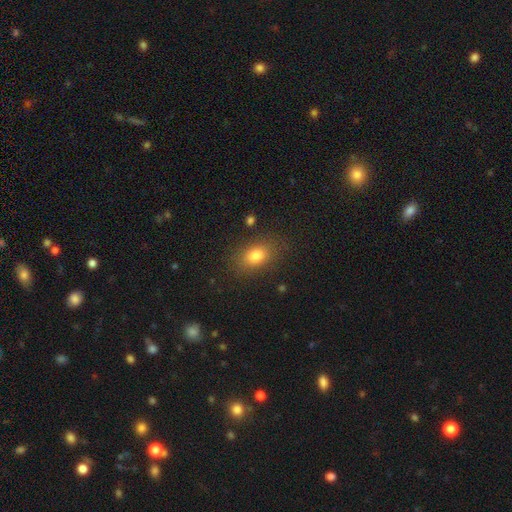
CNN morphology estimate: Smooth or featured?
  - smooth: 80% *
  - star or artifact: 11%
  - featured or disk: 9%
How rounded?
  - in between: 77% *
  - round: 21%
  - cigar-shaped: 2%
Merging?
  - none: 84% *
  - minor disturbance: 11%
  - major disturbance: 4%
  - merger: 2%